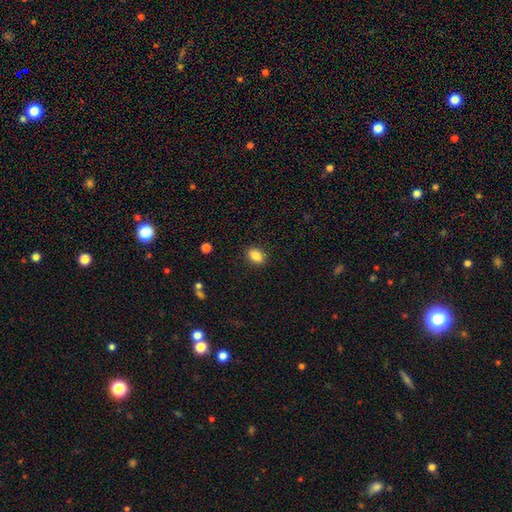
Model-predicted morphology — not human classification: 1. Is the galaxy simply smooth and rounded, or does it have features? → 87% smooth, 9% star or artifact, 4% featured or disk.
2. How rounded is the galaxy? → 80% in between, 18% round, 2% cigar-shaped.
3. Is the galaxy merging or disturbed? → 88% none, 8% minor disturbance, 2% major disturbance, 1% merger.